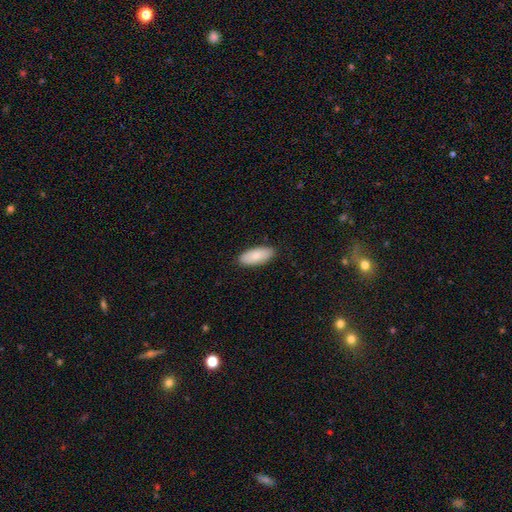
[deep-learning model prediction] smooth_or_featured: smooth (p=0.84) [alt: featured or disk p=0.10]
how_rounded: in between (p=0.87) [alt: cigar-shaped p=0.11]
merging: none (p=0.88) [alt: minor disturbance p=0.09]